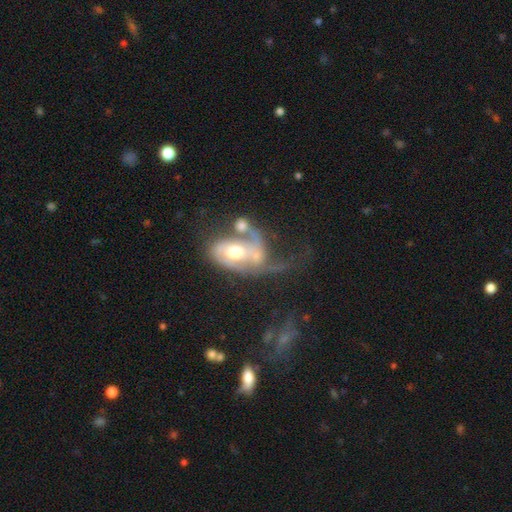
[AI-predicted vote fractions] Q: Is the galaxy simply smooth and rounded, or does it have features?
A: featured or disk — 74%.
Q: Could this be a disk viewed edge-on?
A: no — 96%.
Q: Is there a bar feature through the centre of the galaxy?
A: no — 59%.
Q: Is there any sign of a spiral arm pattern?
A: yes — 77%.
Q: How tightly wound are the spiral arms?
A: medium — 38%.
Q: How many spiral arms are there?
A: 2 — 43%.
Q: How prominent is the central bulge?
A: moderate — 68%.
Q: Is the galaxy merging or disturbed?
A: major disturbance — 36%.